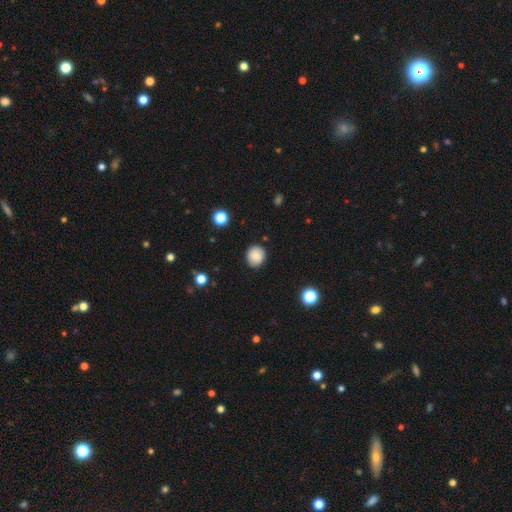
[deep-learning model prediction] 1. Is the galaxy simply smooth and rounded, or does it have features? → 82% smooth, 9% star or artifact, 9% featured or disk.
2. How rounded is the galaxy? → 86% round, 14% in between, 1% cigar-shaped.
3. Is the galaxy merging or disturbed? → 88% none, 9% minor disturbance, 2% major disturbance, 1% merger.